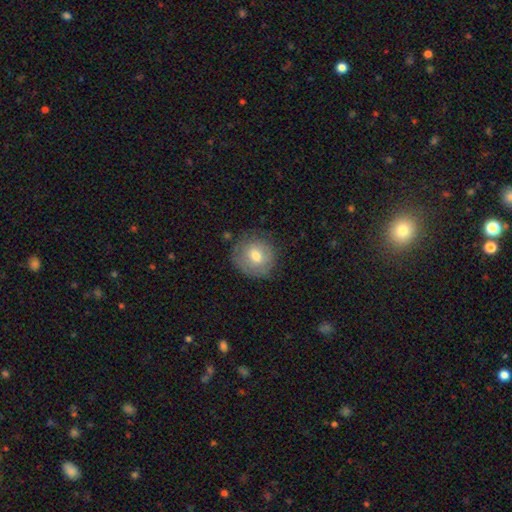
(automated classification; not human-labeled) A smooth galaxy with no disk features (66%) that is round (90%). Merging: none (76%).